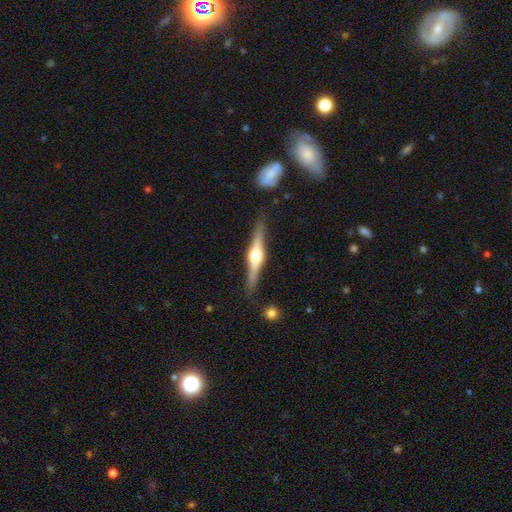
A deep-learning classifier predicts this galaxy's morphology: This is likely a featured or disk galaxy (78%). It is clearly viewed edge-on (98%). Edge-on bulge: clearly rounded (91%). Merging: clearly none (86%).